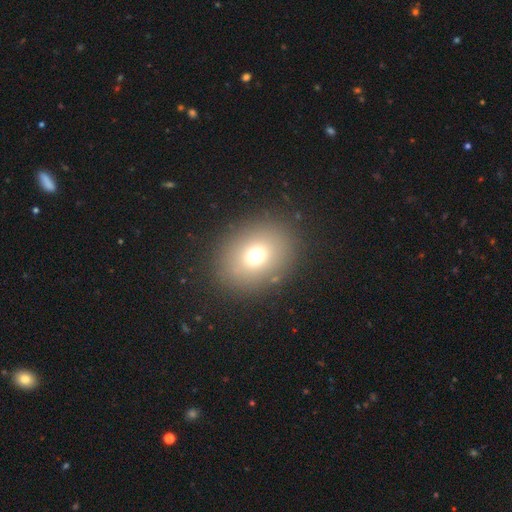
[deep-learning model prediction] Morphology: type=smooth (69%); roundness=round (58%); merging=none (86%).